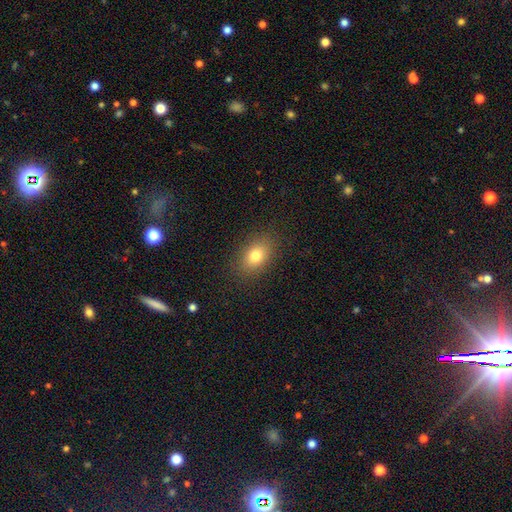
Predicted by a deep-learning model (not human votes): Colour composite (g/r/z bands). It shows a smooth galaxy with no disk features (78%) that is in between round and cigar-shaped (77%). Merging: none (87%).